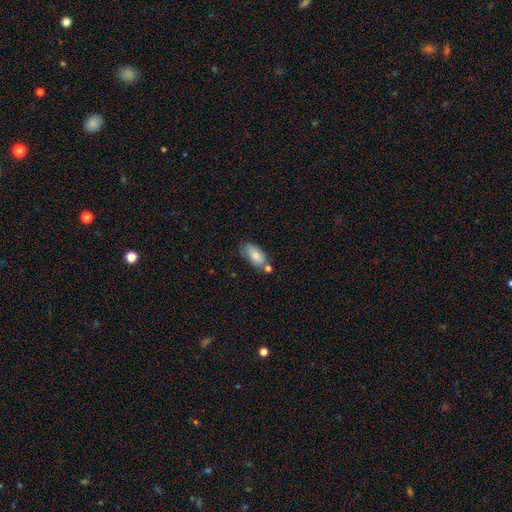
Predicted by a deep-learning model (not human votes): Overall: smooth (79%). How rounded: in between (89%). Merging: none (53%; minor disturbance 23%).